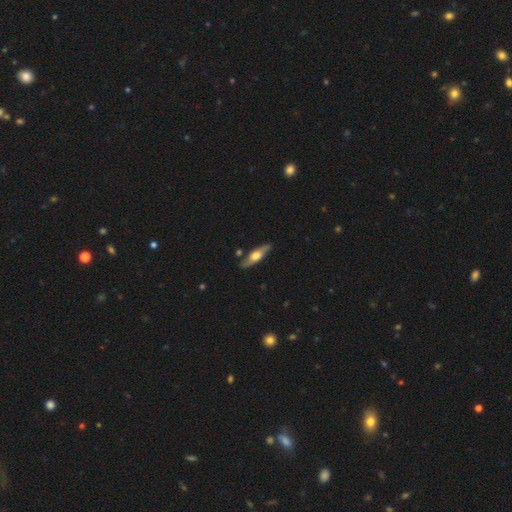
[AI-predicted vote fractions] This is likely a featured or disk galaxy (61%). It is likely viewed edge-on (63%). Merging: clearly none (81%).